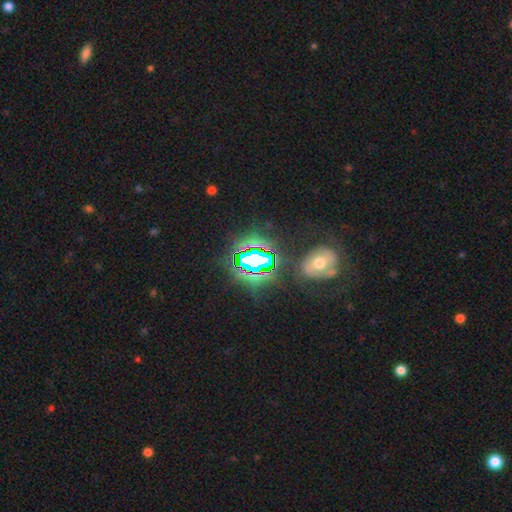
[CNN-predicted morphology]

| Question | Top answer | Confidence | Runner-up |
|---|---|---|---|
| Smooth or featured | star or artifact | 74% | featured or disk (13%) |